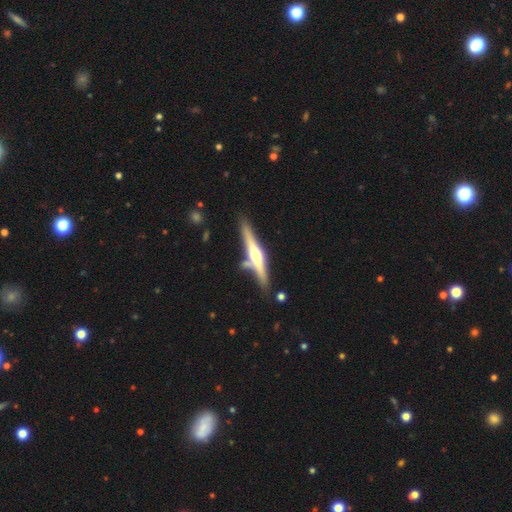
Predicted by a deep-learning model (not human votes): Overall: featured or disk (68%). Edge-on disk: yes (97%). Edge-on bulge: rounded (91%). Merging: none (76%).